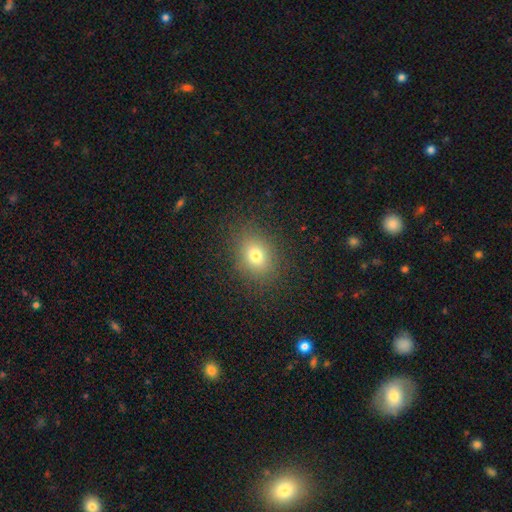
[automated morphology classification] A smooth galaxy with no disk features (75%) that is round (52%).

Vote fractions:
- Smooth or featured? smooth: 75% / star or artifact: 16% / featured or disk: 10%
- How rounded? round: 52% / in between: 47% / cigar-shaped: 1%
- Merging? none: 85% / minor disturbance: 9% / major disturbance: 4% / merger: 1%